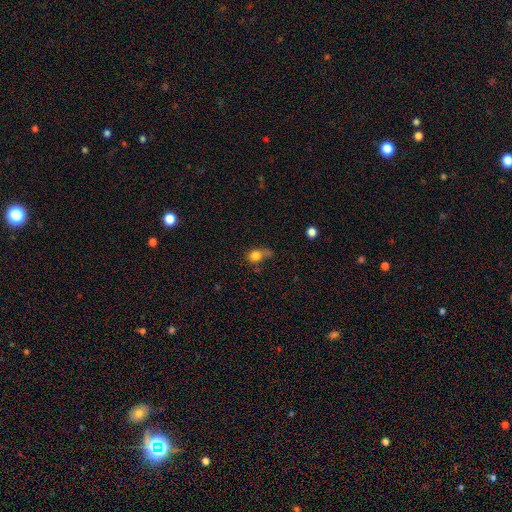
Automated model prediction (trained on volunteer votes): smooth_or_featured: smooth (p=0.78) [alt: star or artifact p=0.11]
how_rounded: round (p=0.62) [alt: in between p=0.36]
merging: none (p=0.34) [alt: minor disturbance p=0.28]